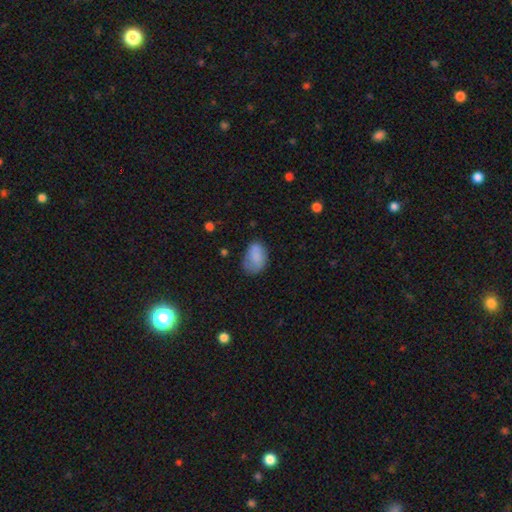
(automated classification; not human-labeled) smooth-or-featured: smooth: 80% | featured or disk: 12% | star or artifact: 8%
  how-rounded: in between: 85% | round: 13% | cigar-shaped: 1%
  merging: none: 57% | minor disturbance: 29% | major disturbance: 11% | merger: 2%